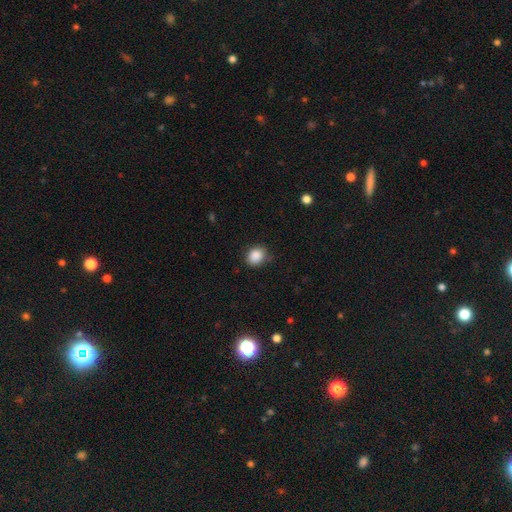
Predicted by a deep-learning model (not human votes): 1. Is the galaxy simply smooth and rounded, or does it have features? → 88% smooth, 9% star or artifact, 4% featured or disk.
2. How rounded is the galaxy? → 65% round, 35% in between, 1% cigar-shaped.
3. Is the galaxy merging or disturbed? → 79% none, 17% minor disturbance, 3% major disturbance, 1% merger.